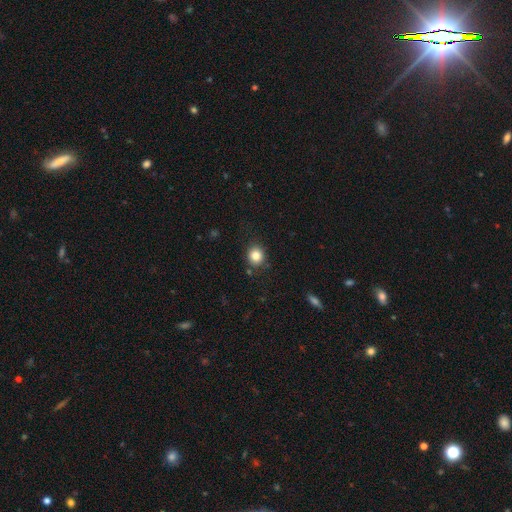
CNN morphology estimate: This is clearly a smooth galaxy (83%). How rounded: clearly round (84%). Merging: clearly none (86%).